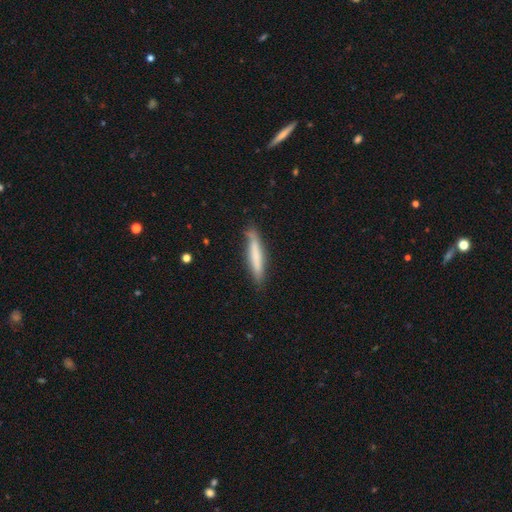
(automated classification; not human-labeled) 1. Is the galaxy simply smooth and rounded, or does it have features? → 68% smooth, 26% featured or disk, 6% star or artifact.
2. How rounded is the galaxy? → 91% cigar-shaped, 8% in between, 1% round.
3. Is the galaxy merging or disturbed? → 76% none, 18% minor disturbance, 3% major disturbance, 3% merger.